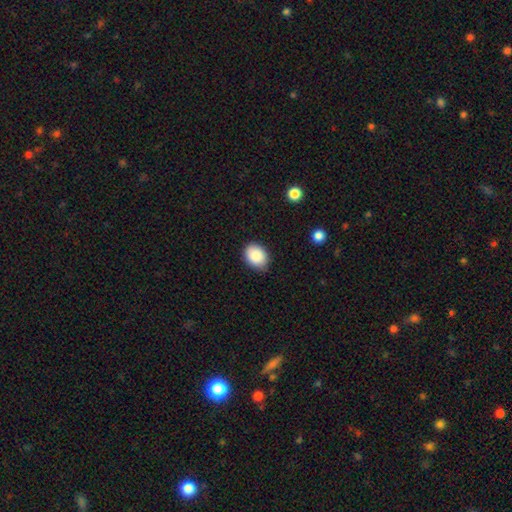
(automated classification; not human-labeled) smooth_or_featured: smooth (p=0.88) [alt: star or artifact p=0.07]
how_rounded: in between (p=0.62) [alt: round p=0.37]
merging: none (p=0.81) [alt: minor disturbance p=0.15]